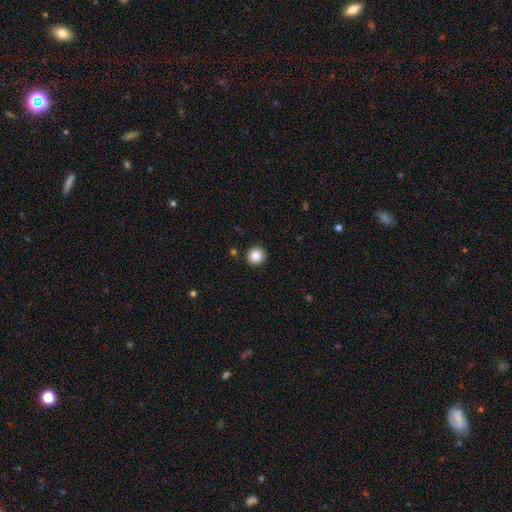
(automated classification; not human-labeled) Smooth or featured? smooth (87%)
How rounded? round (93%)
Merging? none (91%)